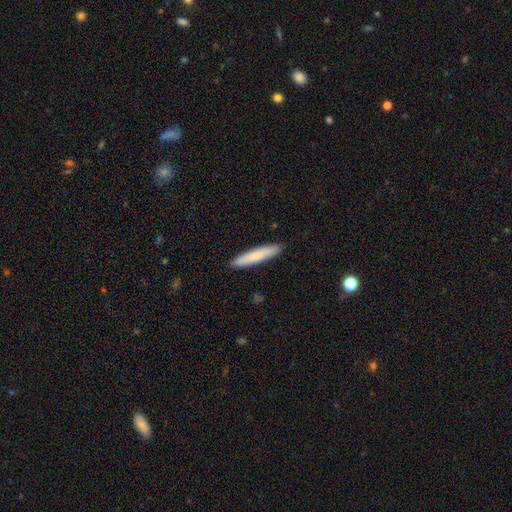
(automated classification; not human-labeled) This appears to be a smooth galaxy with no disk features (75%) that is cigar-shaped (91%). Merging: none (91%).